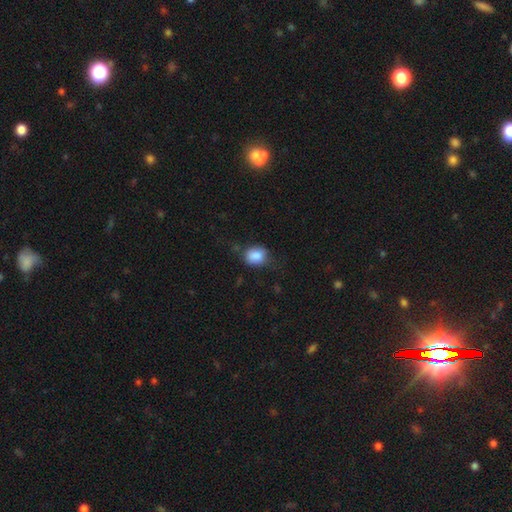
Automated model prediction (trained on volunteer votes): Q: Smooth or featured?
A: smooth (85%); runner-up: star or artifact (9%)
Q: How rounded?
A: in between (51%); runner-up: round (48%)
Q: Merging?
A: none (58%); runner-up: minor disturbance (29%)